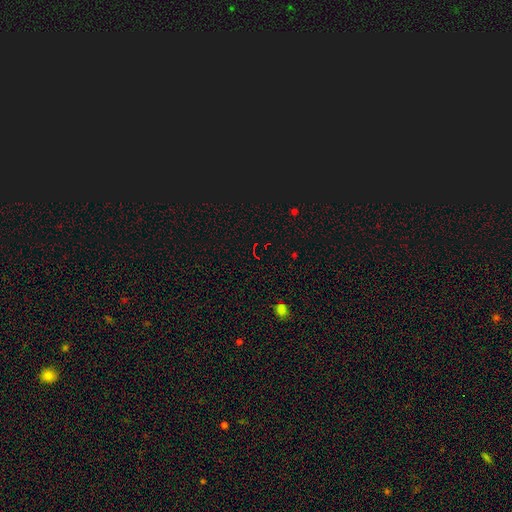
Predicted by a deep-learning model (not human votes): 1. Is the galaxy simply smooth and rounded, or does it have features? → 73% star or artifact, 18% smooth, 9% featured or disk.